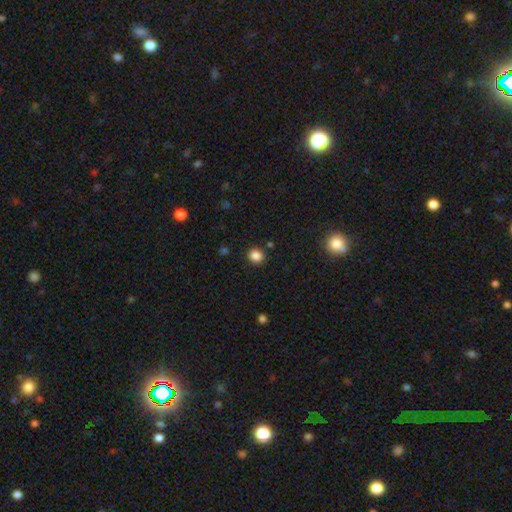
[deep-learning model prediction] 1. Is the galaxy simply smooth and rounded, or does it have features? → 85% smooth, 12% star or artifact, 3% featured or disk.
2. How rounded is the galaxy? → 84% round, 15% in between, 1% cigar-shaped.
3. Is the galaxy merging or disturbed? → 88% none, 7% minor disturbance, 3% merger, 2% major disturbance.